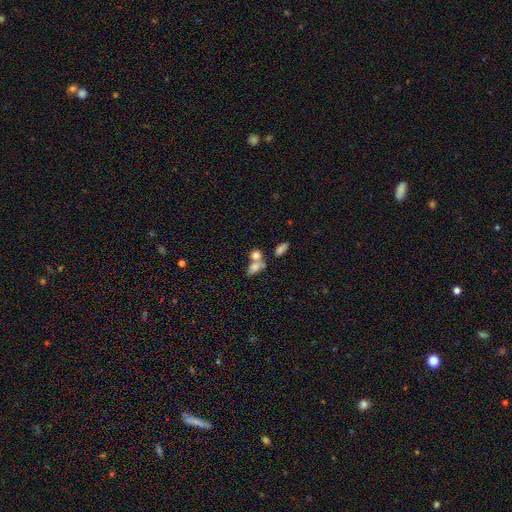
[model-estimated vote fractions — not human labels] Overall: smooth (78%). How rounded: in between (67%; round 29%). Merging: merger (52%; none 34%).